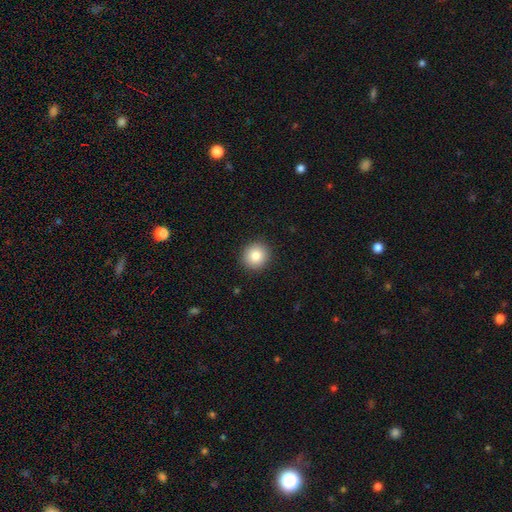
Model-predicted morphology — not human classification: Smooth or featured: smooth — 83% (star or artifact — 10%)
How rounded: round — 92% (in between — 7%)
Merging: none — 92% (minor disturbance — 5%)